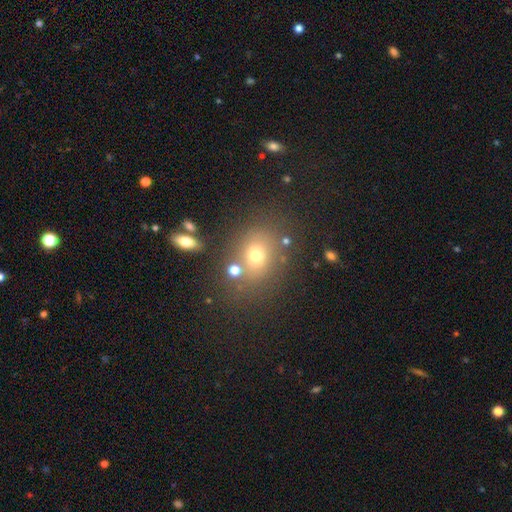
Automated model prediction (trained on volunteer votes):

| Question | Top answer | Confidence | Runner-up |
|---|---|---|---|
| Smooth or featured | smooth | 67% | star or artifact (18%) |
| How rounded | in between | 52% | round (47%) |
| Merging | none | 71% | minor disturbance (13%) |